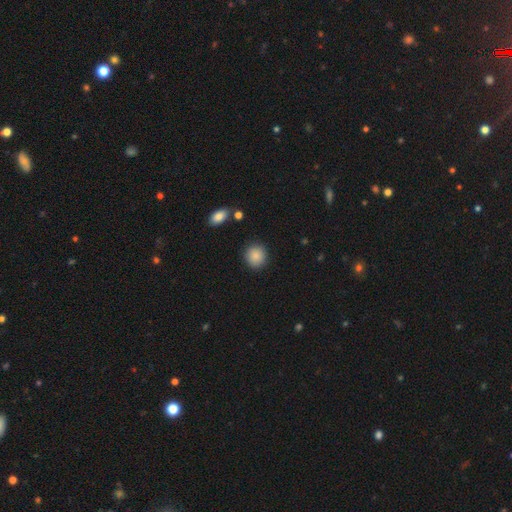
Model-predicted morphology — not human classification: This is clearly a smooth galaxy (87%). How rounded: clearly round (88%). Merging: clearly none (89%).